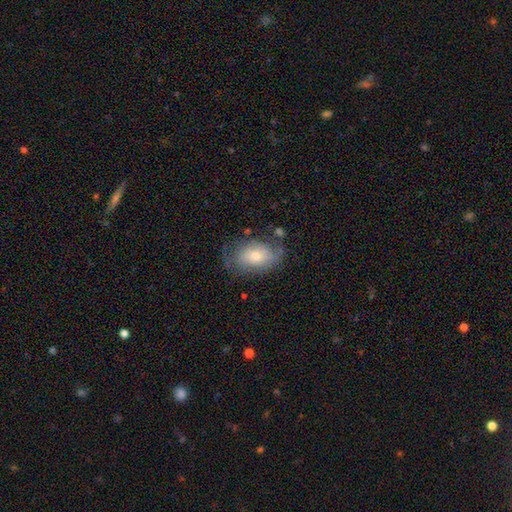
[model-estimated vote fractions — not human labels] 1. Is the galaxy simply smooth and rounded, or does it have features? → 54% smooth, 38% featured or disk, 8% star or artifact.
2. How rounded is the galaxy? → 86% in between, 12% round, 2% cigar-shaped.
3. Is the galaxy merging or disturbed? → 56% none, 26% minor disturbance, 14% major disturbance, 3% merger.